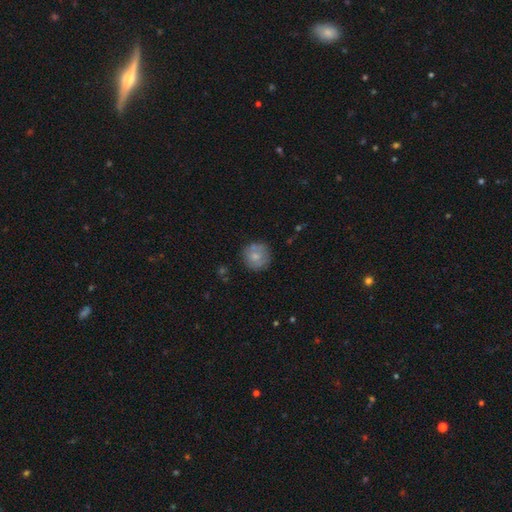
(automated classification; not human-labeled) smooth-or-featured: smooth: 68% | featured or disk: 25% | star or artifact: 8%
  how-rounded: round: 92% | in between: 8% | cigar-shaped: 1%
  merging: none: 73% | minor disturbance: 17% | major disturbance: 5% | merger: 5%